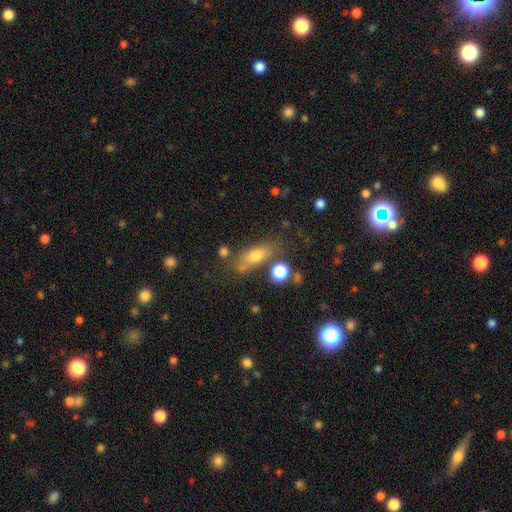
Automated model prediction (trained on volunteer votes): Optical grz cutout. It shows a smooth galaxy with no disk features (69%) that is in between round and cigar-shaped (62%). Merging: none (64%).